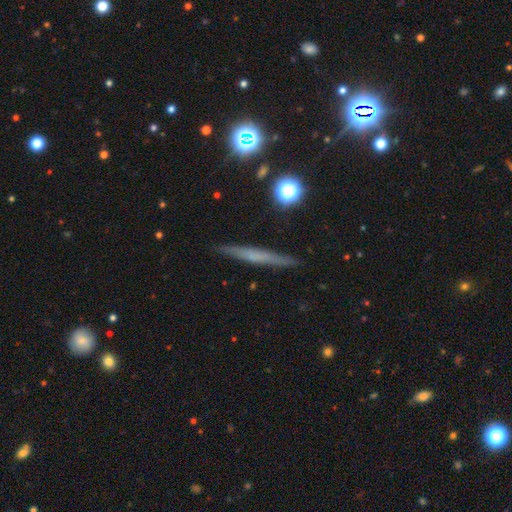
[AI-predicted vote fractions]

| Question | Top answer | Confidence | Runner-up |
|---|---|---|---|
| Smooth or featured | featured or disk | 47% | smooth (42%) |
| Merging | none | 90% | minor disturbance (7%) |